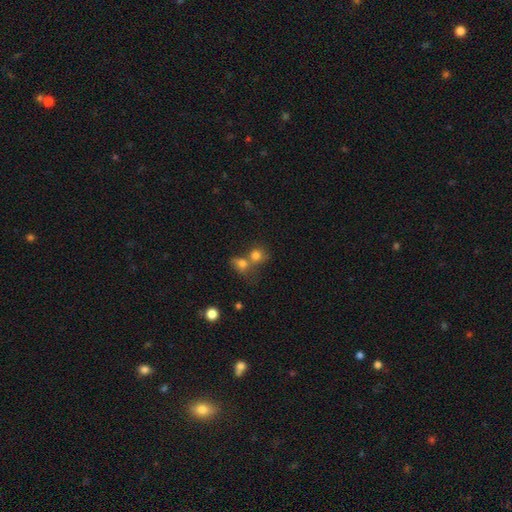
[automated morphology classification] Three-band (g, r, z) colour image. It shows a smooth galaxy with no disk features (77%) that is round (78%). Merging: merger (52%).